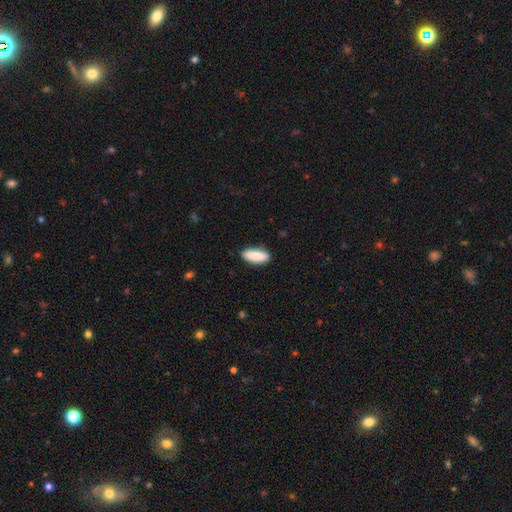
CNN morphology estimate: The model was most divided on "how rounded": in between: 79%, cigar-shaped: 19%, round: 2%. More confident: smooth or featured — smooth (90%); merging — none (88%).